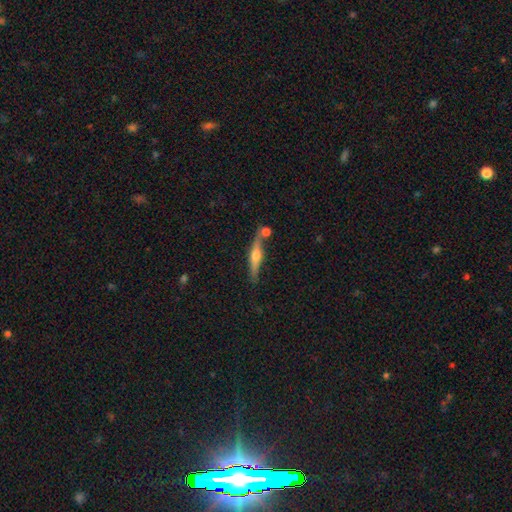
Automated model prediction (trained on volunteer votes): smooth-or-featured: featured or disk: 67% | smooth: 27% | star or artifact: 6%
  disk-edge-on: yes: 96% | no: 4%
    edge-on-bulge: rounded: 91% | boxy: 5% | none: 4%
  merging: none: 70% | merger: 15% | minor disturbance: 12% | major disturbance: 3%